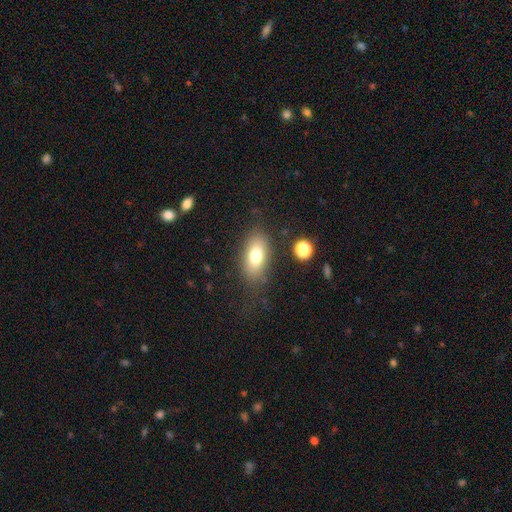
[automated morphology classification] A smooth galaxy with no disk features (76%) that is in between round and cigar-shaped (87%).

Vote fractions:
- Smooth or featured? smooth: 76% / featured or disk: 15% / star or artifact: 9%
- How rounded? in between: 87% / round: 7% / cigar-shaped: 5%
- Merging? none: 79% / minor disturbance: 13% / major disturbance: 6% / merger: 2%